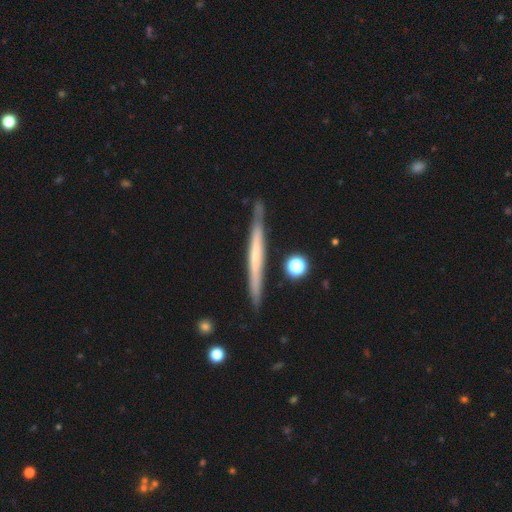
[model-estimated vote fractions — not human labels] smooth-or-featured: featured or disk: 58% | smooth: 37% | star or artifact: 5%
  disk-edge-on: yes: 96% | no: 4%
    edge-on-bulge: none: 83% | rounded: 11% | boxy: 6%
  merging: none: 85% | minor disturbance: 11% | merger: 2% | major disturbance: 2%